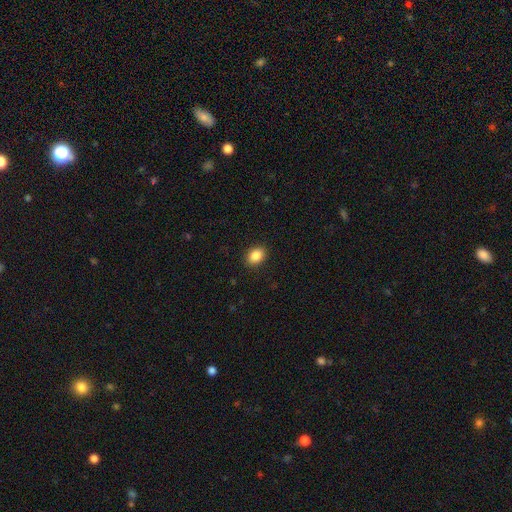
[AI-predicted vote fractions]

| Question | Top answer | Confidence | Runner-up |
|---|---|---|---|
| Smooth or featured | smooth | 87% | star or artifact (9%) |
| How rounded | in between | 71% | round (28%) |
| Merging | none | 90% | minor disturbance (7%) |